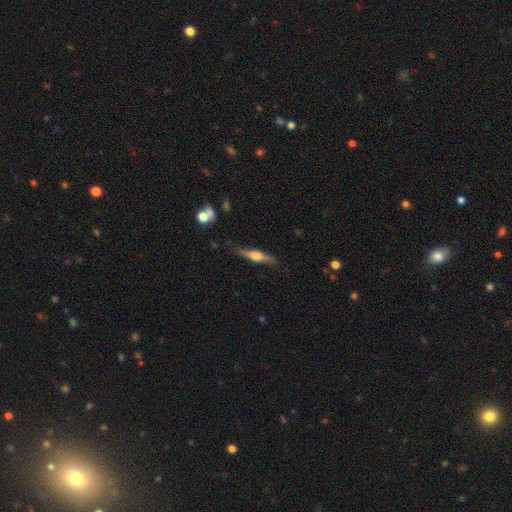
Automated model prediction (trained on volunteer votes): Smooth or featured? featured or disk (69%)
Edge-on disk? yes (96%)
Edge-on bulge? rounded (88%)
Merging? none (82%)